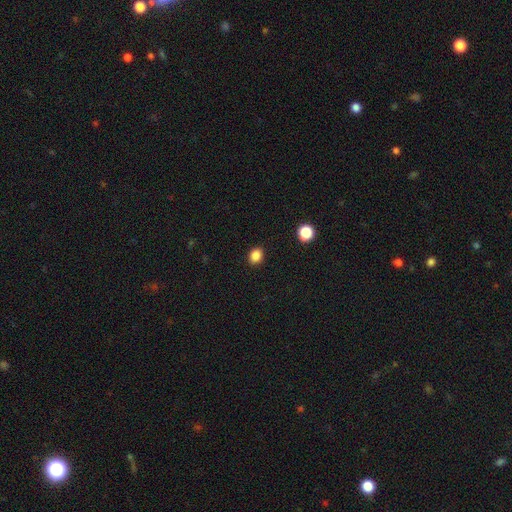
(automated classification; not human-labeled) The model was most divided on "how rounded": round: 57%, in between: 42%, cigar-shaped: 1%. More confident: merging — none (90%); smooth or featured — smooth (86%).